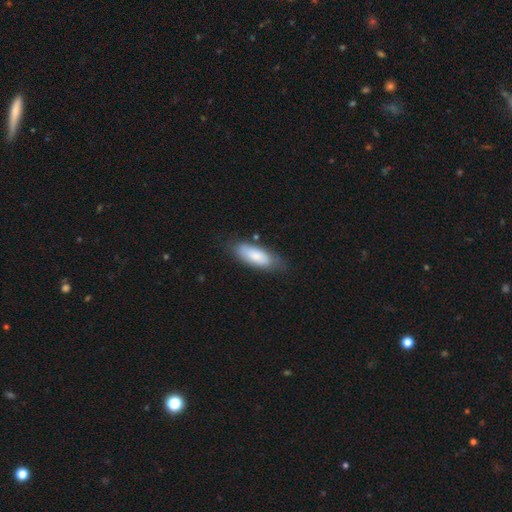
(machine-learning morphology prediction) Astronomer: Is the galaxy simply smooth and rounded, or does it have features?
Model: smooth — 79%.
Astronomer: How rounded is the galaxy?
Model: in between — 76%.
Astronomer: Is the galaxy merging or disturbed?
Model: none — 70%.